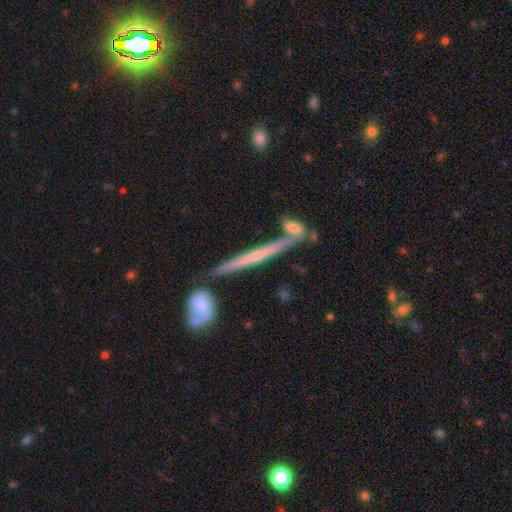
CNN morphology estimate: The model was most divided on "edge-on bulge": none: 60%, rounded: 31%, boxy: 10%. More confident: edge-on disk — yes (94%); merging — none (70%); smooth or featured — featured or disk (65%).